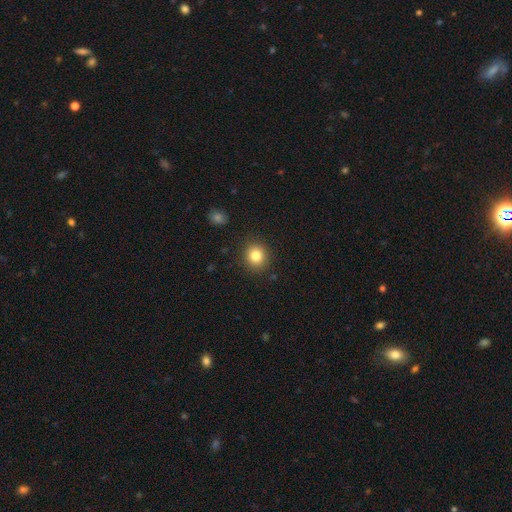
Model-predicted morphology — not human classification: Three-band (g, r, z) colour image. It shows a smooth galaxy with no disk features (83%) that is round (85%). Merging: none (89%).